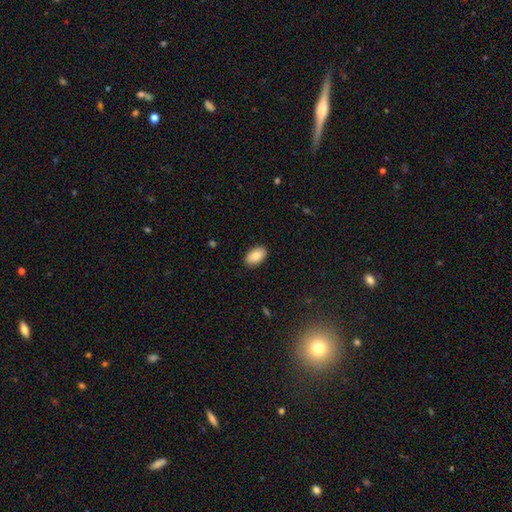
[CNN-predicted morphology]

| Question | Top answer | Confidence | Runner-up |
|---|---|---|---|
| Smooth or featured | smooth | 85% | featured or disk (8%) |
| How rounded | in between | 93% | round (6%) |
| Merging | none | 89% | minor disturbance (8%) |